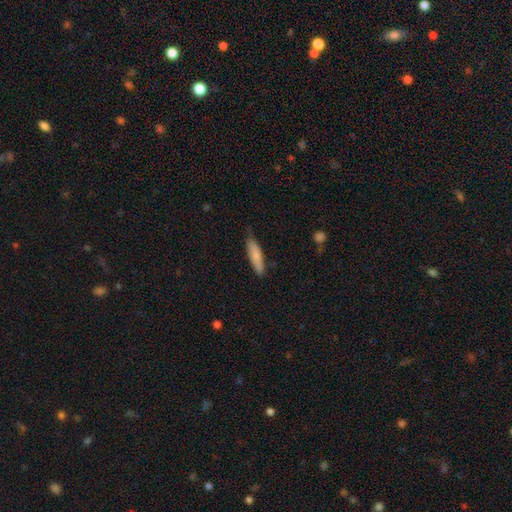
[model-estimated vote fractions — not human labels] Smooth or featured: smooth — 80% (featured or disk — 15%)
How rounded: cigar-shaped — 78% (in between — 20%)
Merging: none — 77% (minor disturbance — 19%)